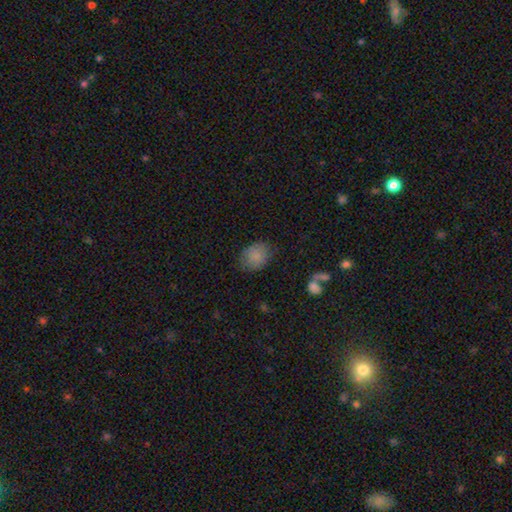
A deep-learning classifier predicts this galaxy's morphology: smooth-or-featured: smooth: 83% | star or artifact: 9% | featured or disk: 8%
  how-rounded: in between: 51% | round: 48% | cigar-shaped: 1%
  merging: none: 76% | minor disturbance: 17% | major disturbance: 5% | merger: 2%